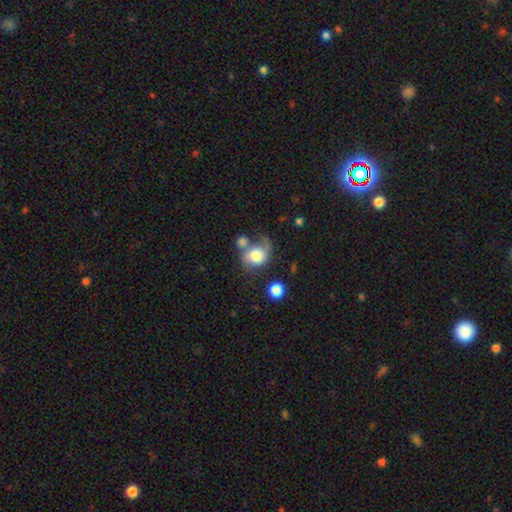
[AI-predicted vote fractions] Smooth or featured? Predicted: smooth (p=0.62). How rounded? Predicted: round (p=0.63). Merging? Predicted: none (p=0.30).